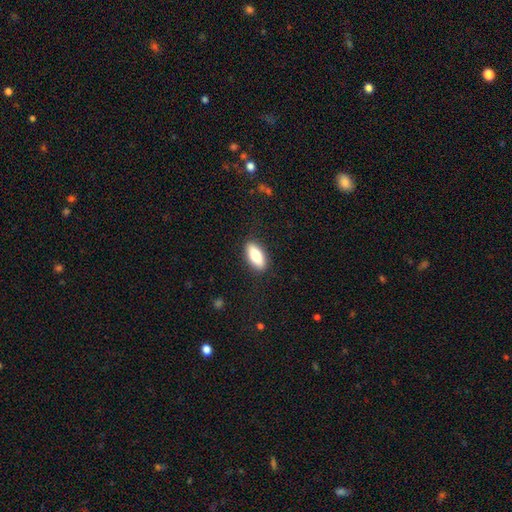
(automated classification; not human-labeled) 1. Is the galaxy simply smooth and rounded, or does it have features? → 76% smooth, 17% featured or disk, 7% star or artifact.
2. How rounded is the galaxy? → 81% in between, 16% cigar-shaped, 3% round.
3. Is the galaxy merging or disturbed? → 88% none, 9% minor disturbance, 2% major disturbance, 1% merger.